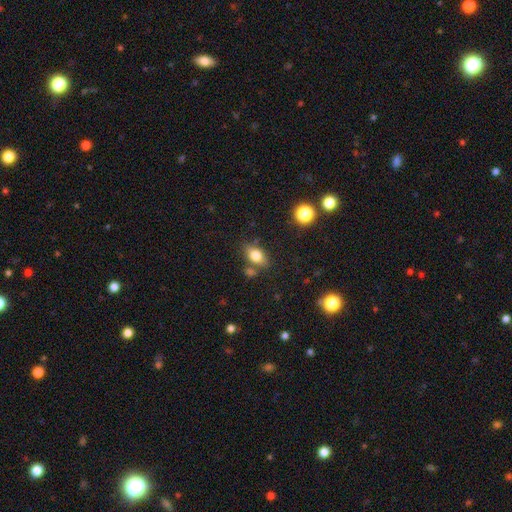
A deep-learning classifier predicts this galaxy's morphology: This is likely a smooth galaxy (78%). How rounded: clearly in between (83%). Merging: likely none (72%).